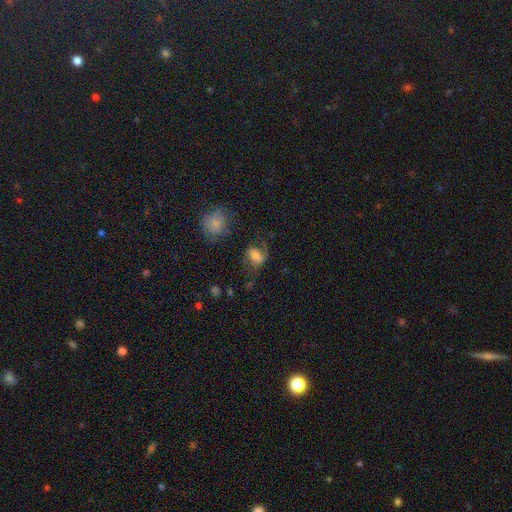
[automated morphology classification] Q: Smooth or featured?
A: smooth (51%); runner-up: featured or disk (38%)
Q: How rounded?
A: in between (54%); runner-up: round (44%)
Q: Merging?
A: none (54%); runner-up: minor disturbance (23%)